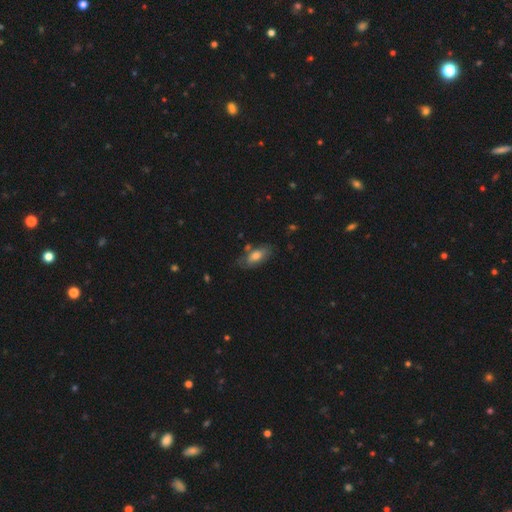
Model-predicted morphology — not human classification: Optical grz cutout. It shows a smooth galaxy with no disk features (70%) that is in between round and cigar-shaped (83%). Merging: none (64%).